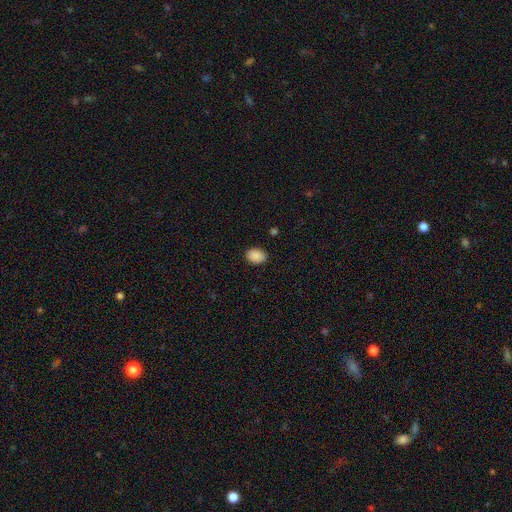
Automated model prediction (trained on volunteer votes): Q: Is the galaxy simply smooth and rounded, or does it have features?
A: smooth — 89%.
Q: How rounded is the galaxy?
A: in between — 73%.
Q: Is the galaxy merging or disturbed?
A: none — 88%.